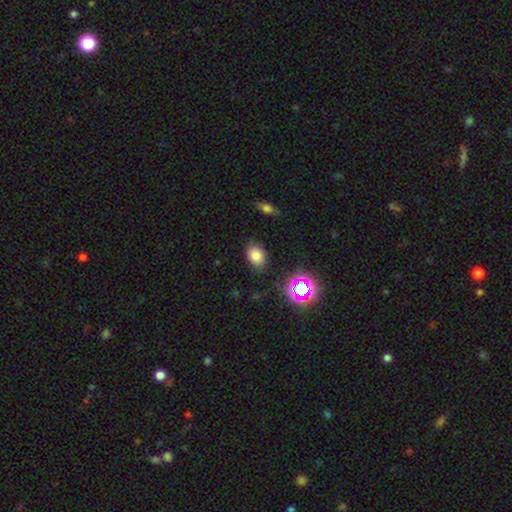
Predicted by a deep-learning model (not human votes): This appears to be a smooth galaxy with no disk features (77%) that is in between round and cigar-shaped (71%). Merging: none (80%).